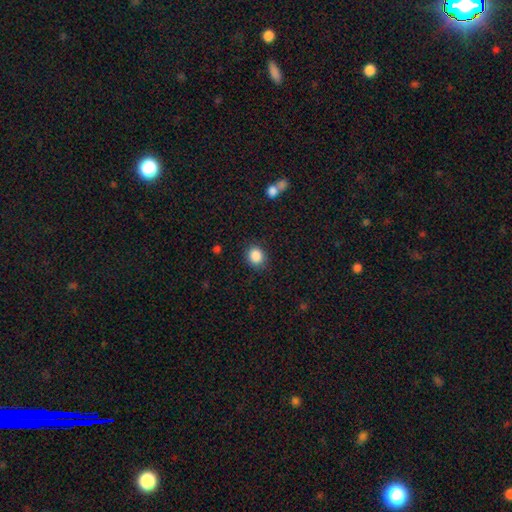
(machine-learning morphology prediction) Overall: smooth (87%). How rounded: round (76%). Merging: none (85%).